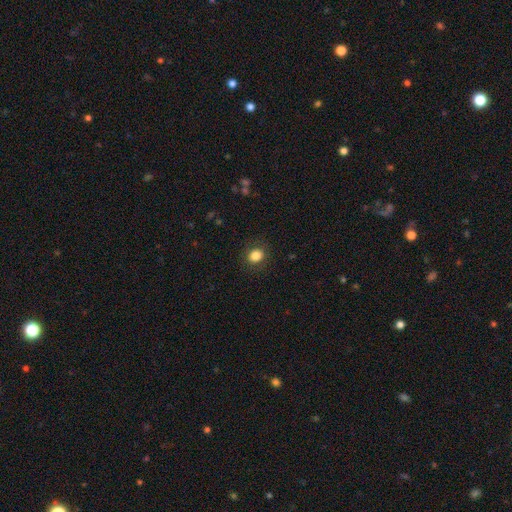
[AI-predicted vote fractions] smooth 83%, star or artifact 10%, featured or disk 6%. Down the decision tree: how rounded — round (71%); merging — none (87%).